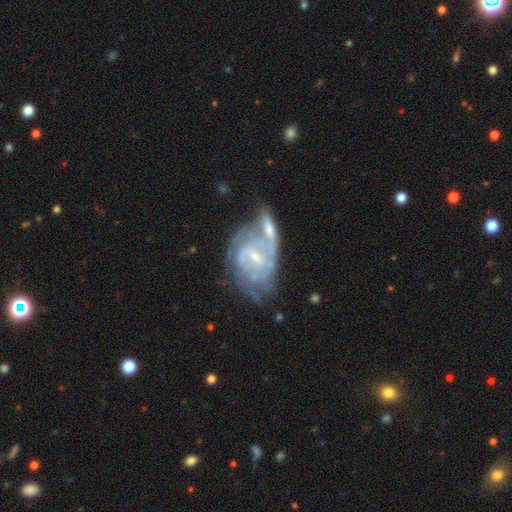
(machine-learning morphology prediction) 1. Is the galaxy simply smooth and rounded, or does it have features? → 82% featured or disk, 11% smooth, 7% star or artifact.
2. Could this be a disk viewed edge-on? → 97% no, 3% yes.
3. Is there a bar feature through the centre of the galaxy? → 52% weak, 33% no, 16% strong.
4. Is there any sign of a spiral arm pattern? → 88% yes, 12% no.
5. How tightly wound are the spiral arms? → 51% tight, 37% medium, 12% loose.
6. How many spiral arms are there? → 39% can't tell, 33% 2, 14% 3, 6% 4, 4% 1, 4% more than 4.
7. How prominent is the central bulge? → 65% small, 26% moderate, 7% none, 2% large, 1% dominant.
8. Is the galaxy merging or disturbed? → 41% merger, 28% none, 16% minor disturbance, 14% major disturbance.